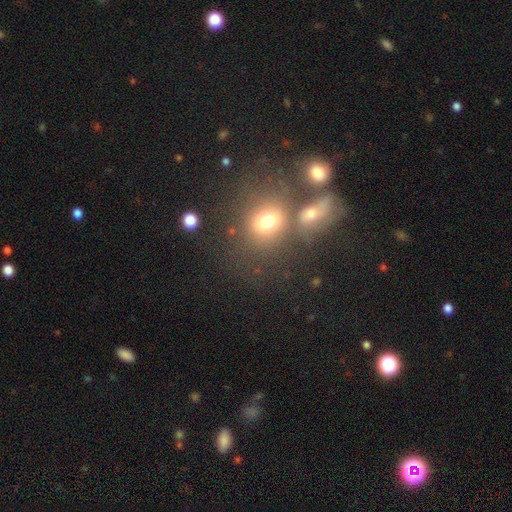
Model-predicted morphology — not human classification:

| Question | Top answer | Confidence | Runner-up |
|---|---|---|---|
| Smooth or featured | smooth | 57% | star or artifact (29%) |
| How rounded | round | 71% | in between (27%) |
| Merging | none | 52% | merger (32%) |